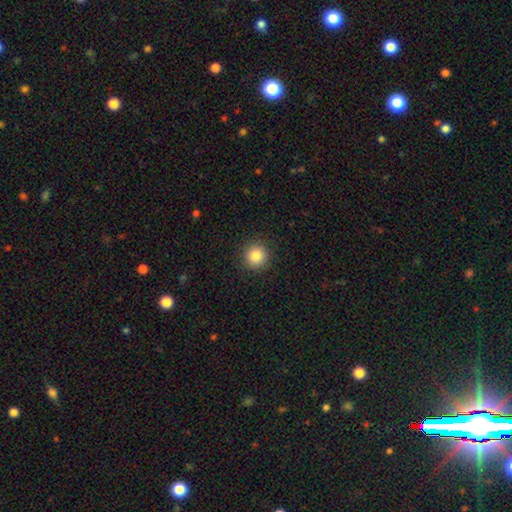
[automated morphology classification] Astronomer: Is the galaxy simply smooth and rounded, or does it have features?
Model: smooth — 85%.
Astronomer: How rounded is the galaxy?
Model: round — 94%.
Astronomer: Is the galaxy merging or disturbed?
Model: none — 91%.